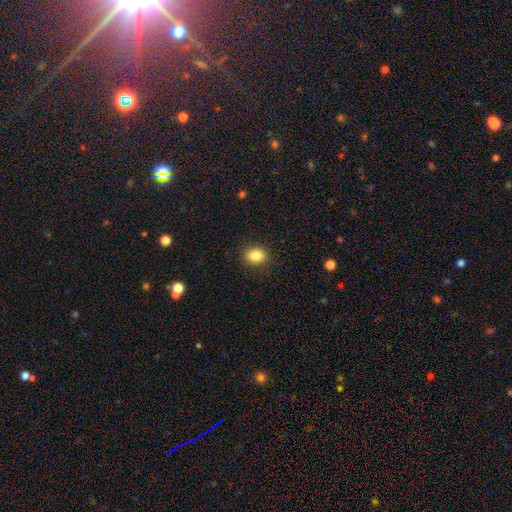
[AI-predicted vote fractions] This appears to be a smooth galaxy with no disk features (85%) that is in between round and cigar-shaped (57%). Merging: none (89%).